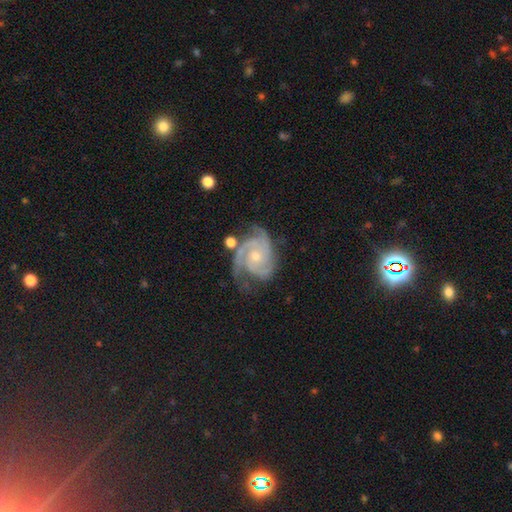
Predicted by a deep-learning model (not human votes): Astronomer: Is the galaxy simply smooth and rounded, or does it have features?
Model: featured or disk — 91%.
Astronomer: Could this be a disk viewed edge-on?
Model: no — 98%.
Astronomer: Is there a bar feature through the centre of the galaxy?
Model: no — 74%.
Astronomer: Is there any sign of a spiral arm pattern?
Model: yes — 98%.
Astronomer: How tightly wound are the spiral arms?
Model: tight — 60%.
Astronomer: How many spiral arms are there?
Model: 3 — 55%.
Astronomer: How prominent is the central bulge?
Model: small — 59% (runner-up: moderate, 38%).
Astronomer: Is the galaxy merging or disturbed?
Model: none — 60%.